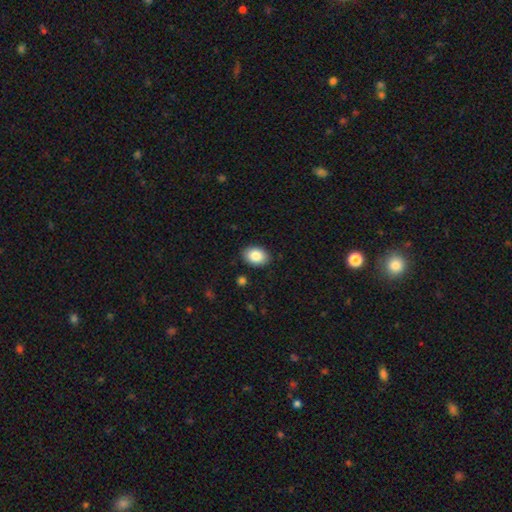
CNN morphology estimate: A smooth galaxy with no disk features (86%) that is in between round and cigar-shaped (78%).

Vote fractions:
- Smooth or featured? smooth: 86% / star or artifact: 7% / featured or disk: 7%
- How rounded? in between: 78% / round: 21% / cigar-shaped: 1%
- Merging? none: 88% / minor disturbance: 8% / major disturbance: 2% / merger: 1%